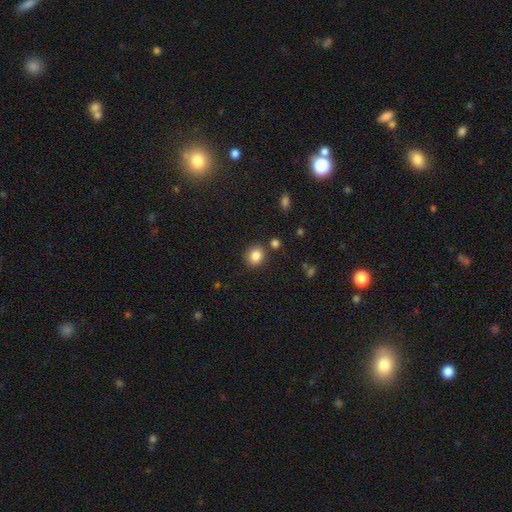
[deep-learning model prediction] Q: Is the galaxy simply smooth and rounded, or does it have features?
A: smooth — 84%.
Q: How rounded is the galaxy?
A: round — 73%.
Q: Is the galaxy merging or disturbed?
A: none — 82%.